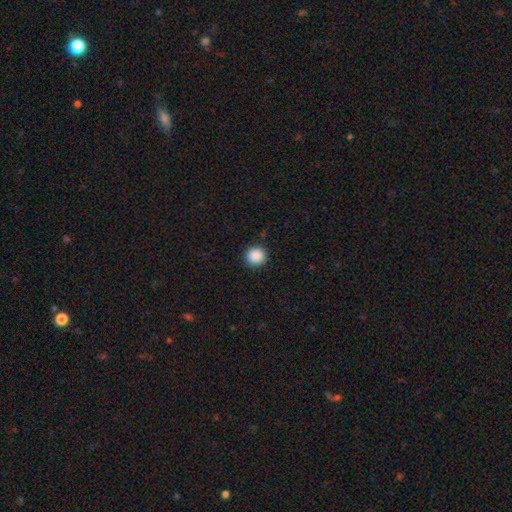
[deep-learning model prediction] smooth 89%, star or artifact 9%, featured or disk 2%. Down the decision tree: how rounded — round (93%); merging — none (91%).